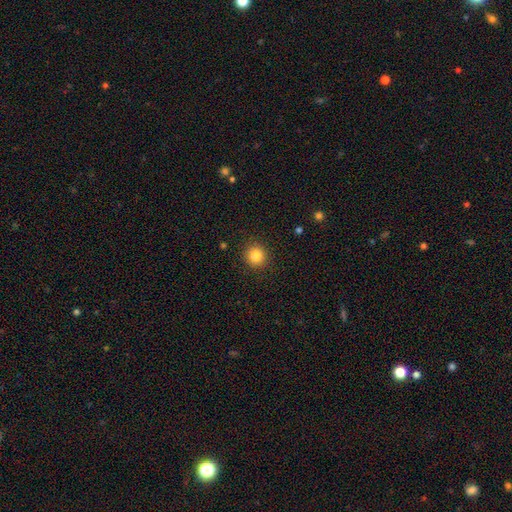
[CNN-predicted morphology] Smooth or featured? smooth (84%)
How rounded? round (92%)
Merging? none (91%)